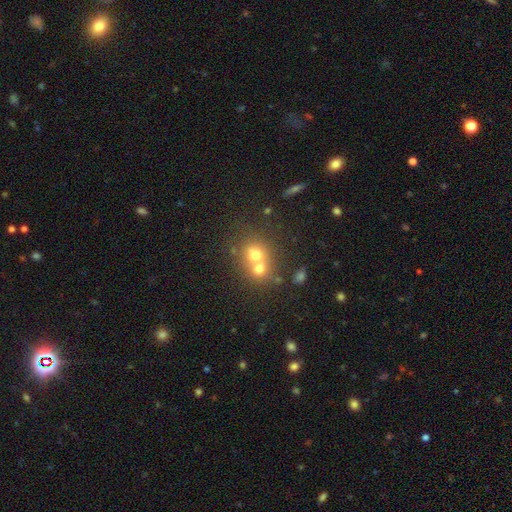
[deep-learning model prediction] Smooth or featured? Predicted: smooth (p=0.64). How rounded? Predicted: round (p=0.71). Merging? Predicted: merger (p=0.64).